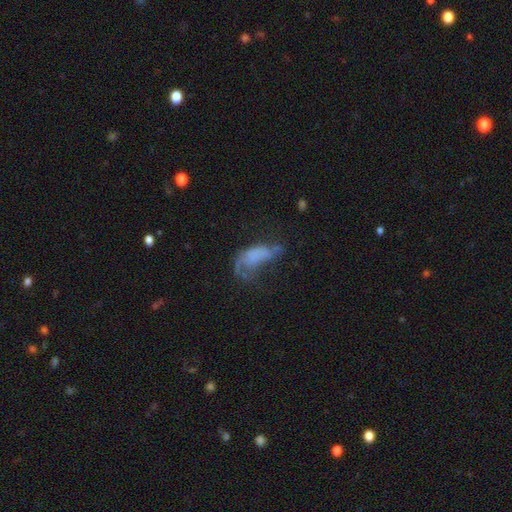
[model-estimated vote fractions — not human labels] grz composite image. It shows a smooth galaxy with no disk features (44%). Merging: major disturbance (50%).